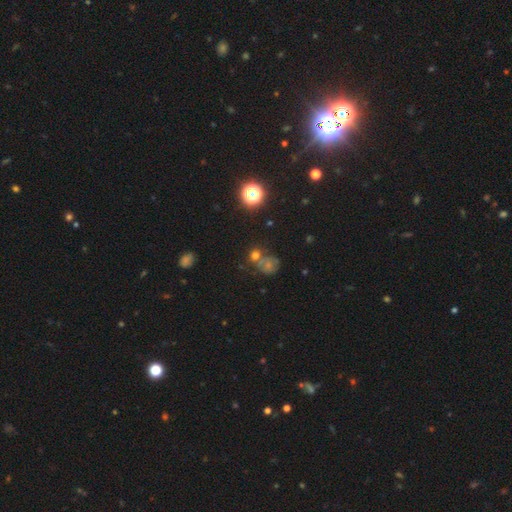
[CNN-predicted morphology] Overall: smooth (56%; star or artifact 30%). How rounded: round (81%). Merging: none (51%; merger 32%).